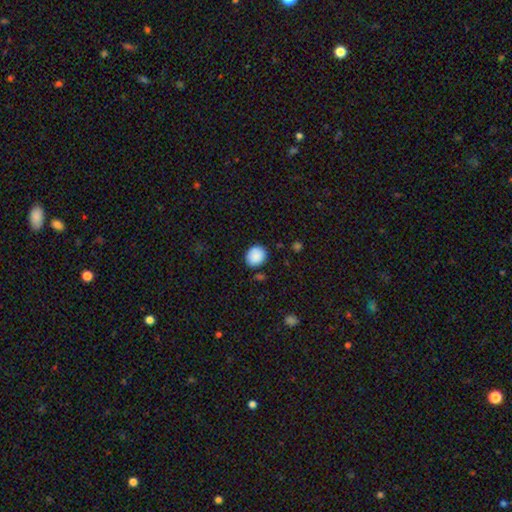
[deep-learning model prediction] Smooth or featured? smooth (89%)
How rounded? round (68%)
Merging? none (84%)